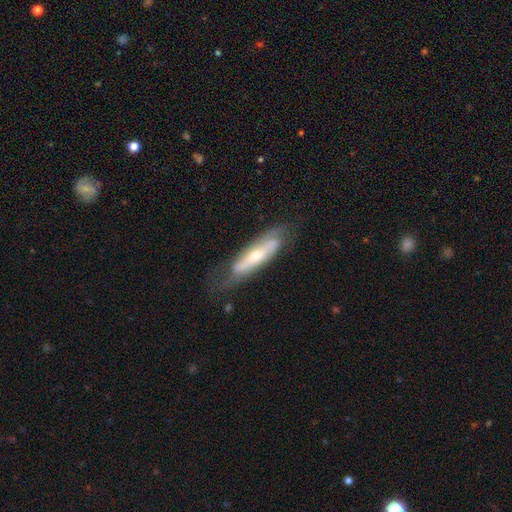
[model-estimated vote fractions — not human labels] featured or disk 67%, smooth 27%, star or artifact 6%. Down the decision tree: edge-on disk — no (63%); merging — none (62%).